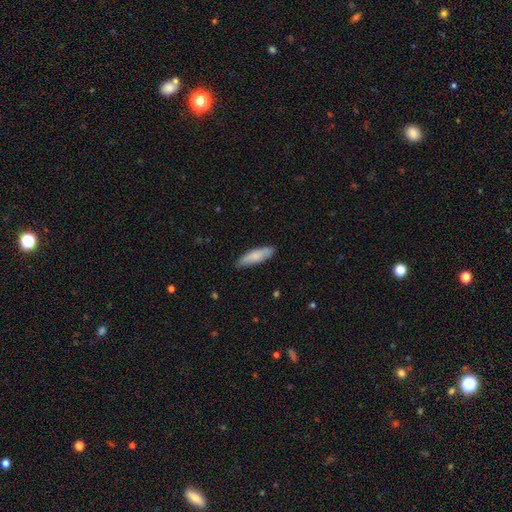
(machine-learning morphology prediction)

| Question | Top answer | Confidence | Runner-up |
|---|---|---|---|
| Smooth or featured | smooth | 79% | featured or disk (16%) |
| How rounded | cigar-shaped | 56% | in between (42%) |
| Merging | none | 82% | minor disturbance (15%) |